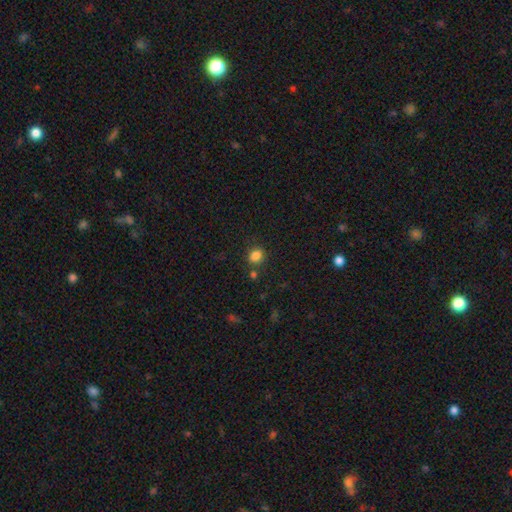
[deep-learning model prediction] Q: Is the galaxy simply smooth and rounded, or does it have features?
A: smooth — 84%.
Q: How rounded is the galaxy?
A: round — 72%.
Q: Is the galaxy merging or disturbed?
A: none — 78%.